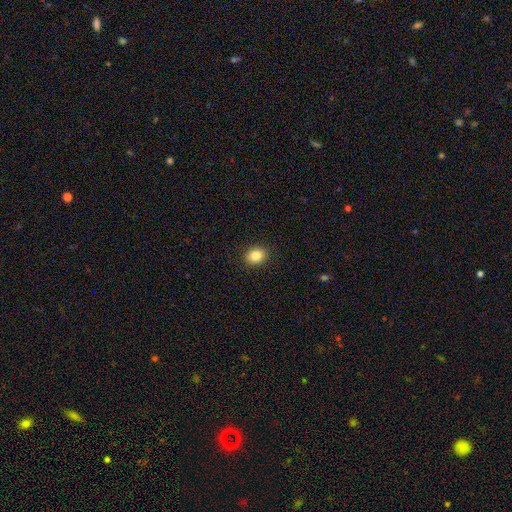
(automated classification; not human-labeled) Smooth or featured? Predicted: smooth (p=0.85). How rounded? Predicted: round (p=0.60). Merging? Predicted: none (p=0.91).